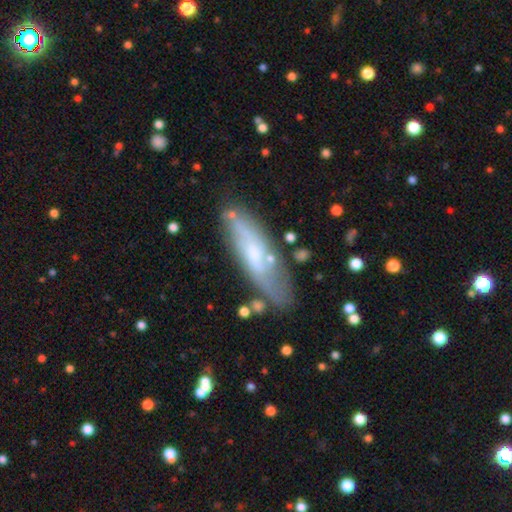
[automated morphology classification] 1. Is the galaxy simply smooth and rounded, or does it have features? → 56% featured or disk, 36% smooth, 8% star or artifact.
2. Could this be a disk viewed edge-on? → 60% no, 40% yes.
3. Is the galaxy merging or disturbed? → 73% none, 18% minor disturbance, 5% major disturbance, 4% merger.